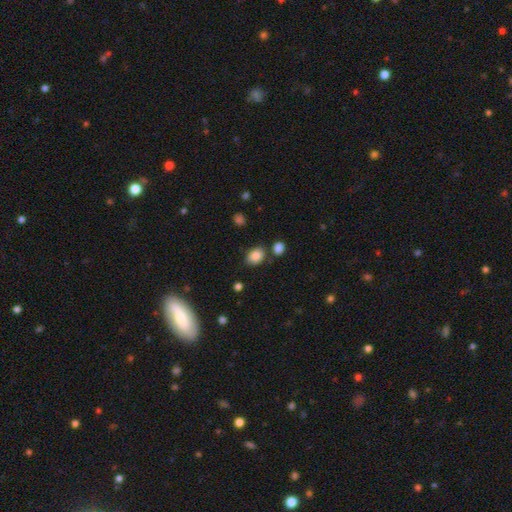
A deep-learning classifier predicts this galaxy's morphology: Smooth or featured? smooth (85%)
How rounded? in between (62%)
Merging? none (73%)